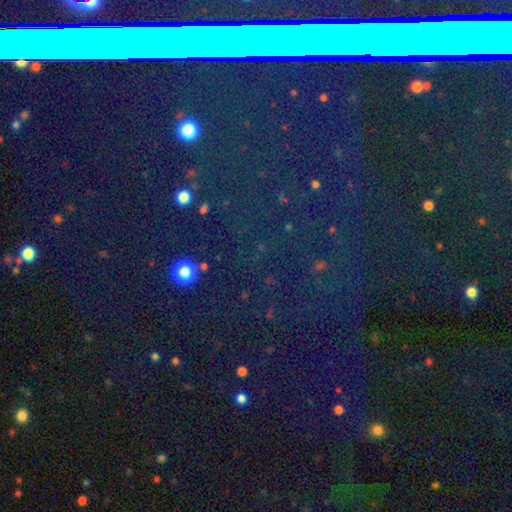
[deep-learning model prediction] Q: Smooth or featured?
A: star or artifact (74%); runner-up: smooth (17%)